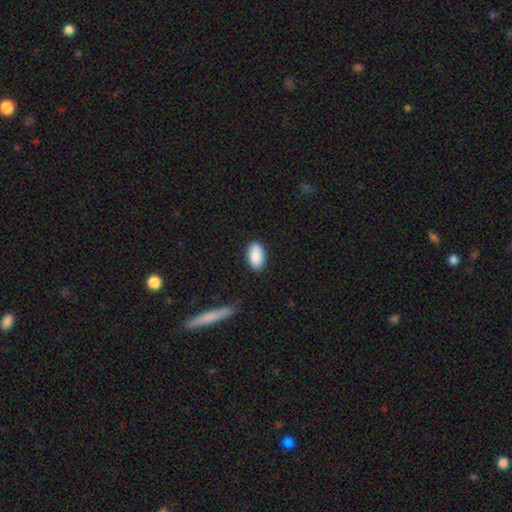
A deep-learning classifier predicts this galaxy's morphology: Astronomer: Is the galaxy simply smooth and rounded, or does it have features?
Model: smooth — 89%.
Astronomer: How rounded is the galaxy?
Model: in between — 93%.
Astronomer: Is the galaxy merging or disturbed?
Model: none — 85%.